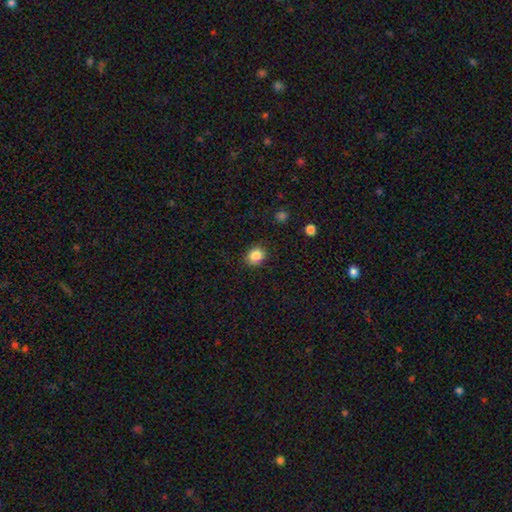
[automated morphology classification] smooth-or-featured: smooth: 85% | star or artifact: 10% | featured or disk: 5%
  how-rounded: round: 62% | in between: 37% | cigar-shaped: 1%
  merging: none: 86% | minor disturbance: 10% | major disturbance: 3% | merger: 1%